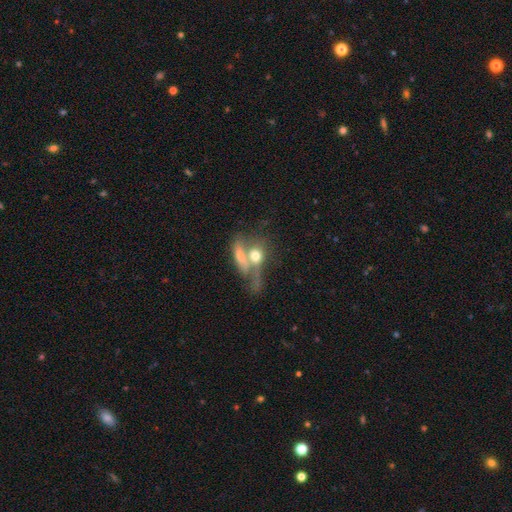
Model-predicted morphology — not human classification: This is possibly a smooth galaxy (60%). How rounded: marginally in between (45%). Merging: likely merger (61%).